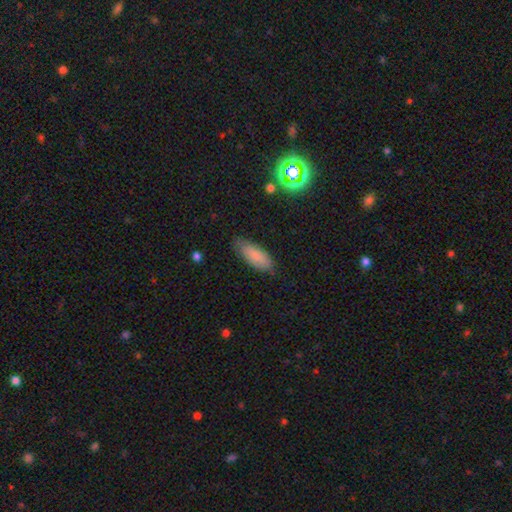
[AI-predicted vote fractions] A smooth galaxy with no disk features (83%) that is in between round and cigar-shaped (74%). Merging: none (76%).